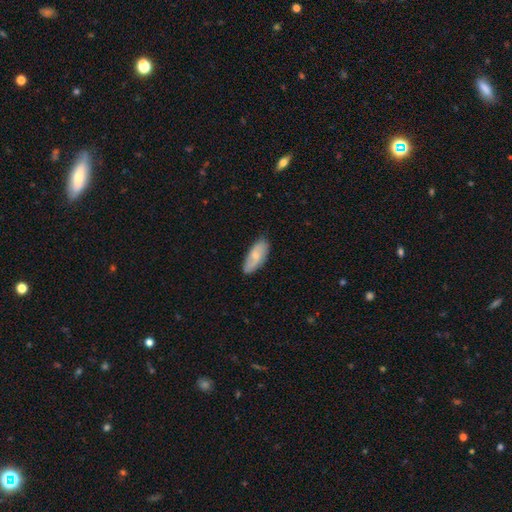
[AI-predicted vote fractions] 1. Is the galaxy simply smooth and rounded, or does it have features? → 58% smooth, 36% featured or disk, 6% star or artifact.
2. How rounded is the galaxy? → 84% in between, 14% cigar-shaped, 2% round.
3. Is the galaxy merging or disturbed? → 80% none, 16% minor disturbance, 3% major disturbance, 1% merger.